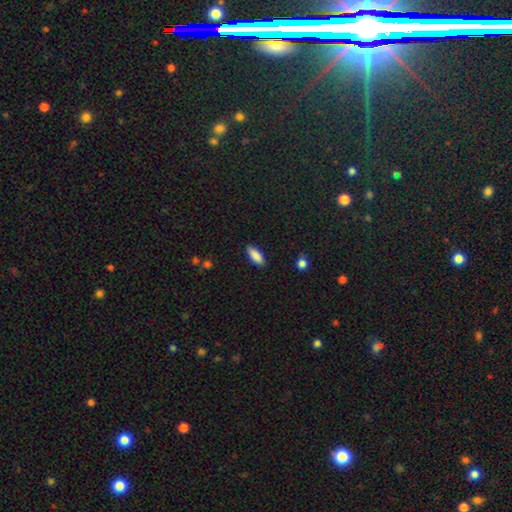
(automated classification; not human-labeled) Smooth or featured? Predicted: smooth (p=0.86). How rounded? Predicted: in between (p=0.70). Merging? Predicted: none (p=0.87).